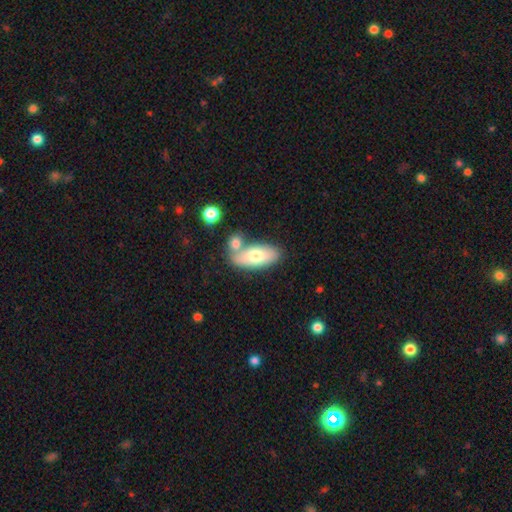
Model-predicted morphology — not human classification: Smooth or featured: smooth — 70% (featured or disk — 24%)
How rounded: in between — 88% (cigar-shaped — 9%)
Merging: none — 55% (merger — 29%)